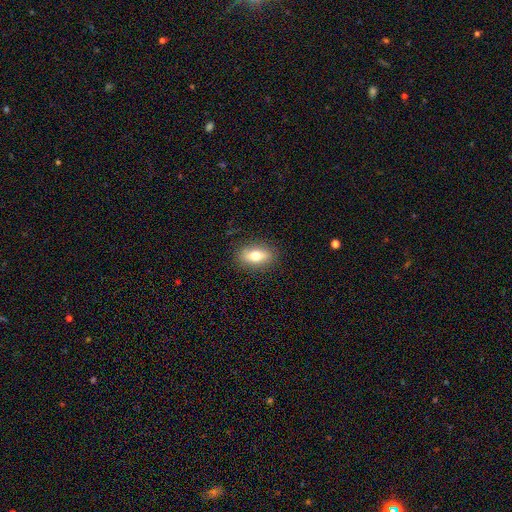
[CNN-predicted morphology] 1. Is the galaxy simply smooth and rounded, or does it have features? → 64% smooth, 28% featured or disk, 8% star or artifact.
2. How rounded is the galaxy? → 80% in between, 12% cigar-shaped, 9% round.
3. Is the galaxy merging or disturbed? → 86% none, 10% minor disturbance, 3% major disturbance, 1% merger.